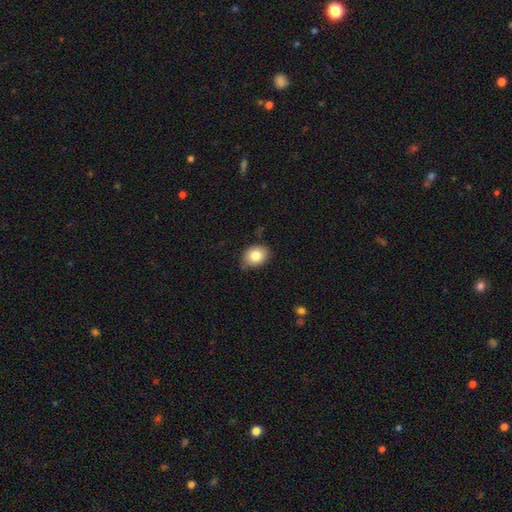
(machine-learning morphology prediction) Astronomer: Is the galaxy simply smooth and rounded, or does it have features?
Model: smooth — 81%.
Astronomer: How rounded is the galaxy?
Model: in between — 57% (runner-up: round, 42%).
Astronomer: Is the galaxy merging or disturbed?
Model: none — 76%.